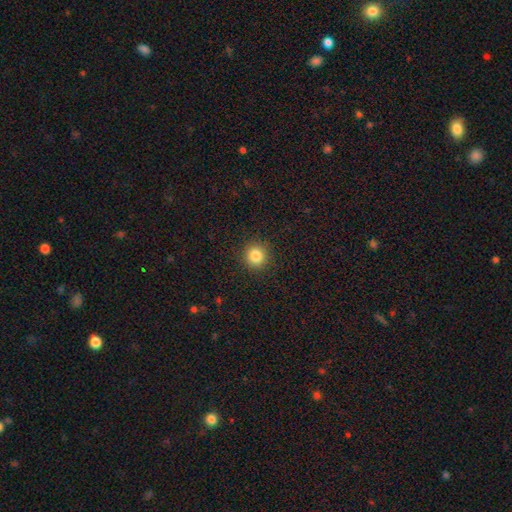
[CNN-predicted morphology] Overall: smooth (84%). How rounded: round (93%). Merging: none (92%).